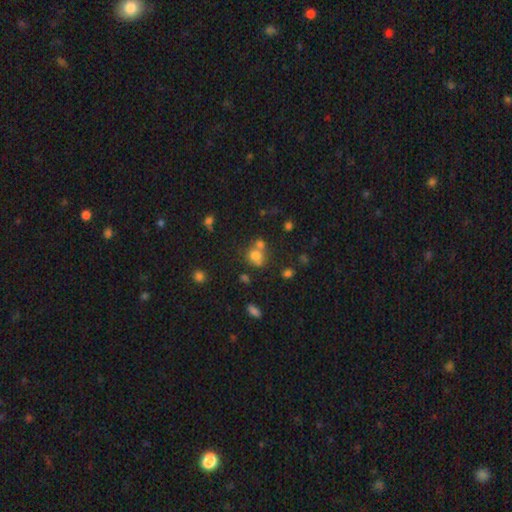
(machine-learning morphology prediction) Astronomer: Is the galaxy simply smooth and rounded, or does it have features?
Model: smooth — 71%.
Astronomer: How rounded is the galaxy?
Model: round — 64%.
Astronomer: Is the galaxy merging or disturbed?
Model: none — 41% (runner-up: merger, 40%).